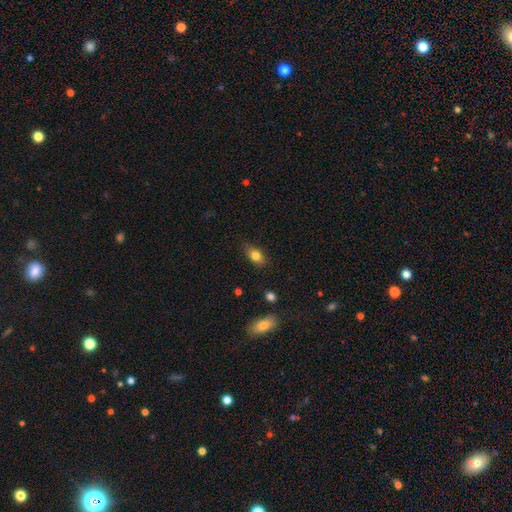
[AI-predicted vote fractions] Smooth or featured? smooth (81%)
How rounded? in between (79%)
Merging? none (77%)